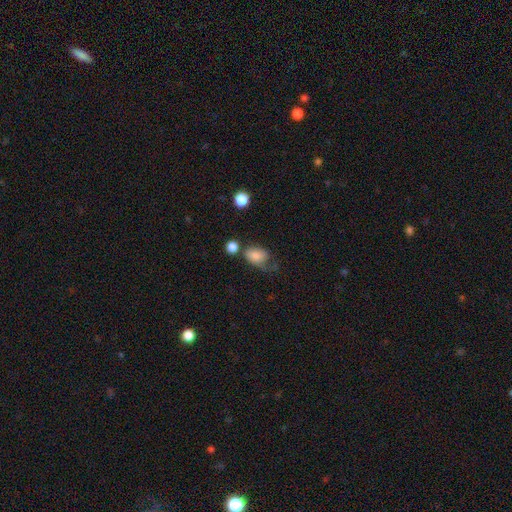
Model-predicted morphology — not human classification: The model was most divided on "merging": none: 34%, minor disturbance: 29%, major disturbance: 25%, merger: 12%. More confident: smooth or featured — smooth (78%); how rounded — in between (77%).